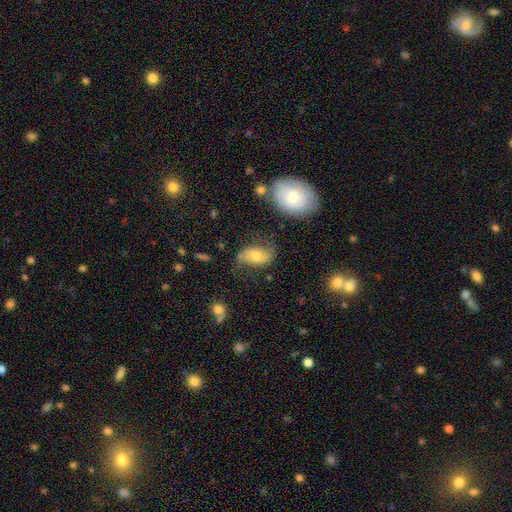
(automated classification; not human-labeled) A featured or disk galaxy (57%) with no bar (55%), spiral arms (84%) and a moderate central bulge (59%).

Vote fractions:
- Smooth or featured? featured or disk: 57% / smooth: 33% / star or artifact: 10%
- Edge-on disk? no: 94% / yes: 6%
- Bar? no: 55% / weak: 33% / strong: 12%
- Spiral arms? yes: 84% / no: 16%
- Bulge size? moderate: 59% / small: 32% / large: 5% / none: 2% / dominant: 1%
- Merging? none: 57% / minor disturbance: 25% / major disturbance: 14% / merger: 4%